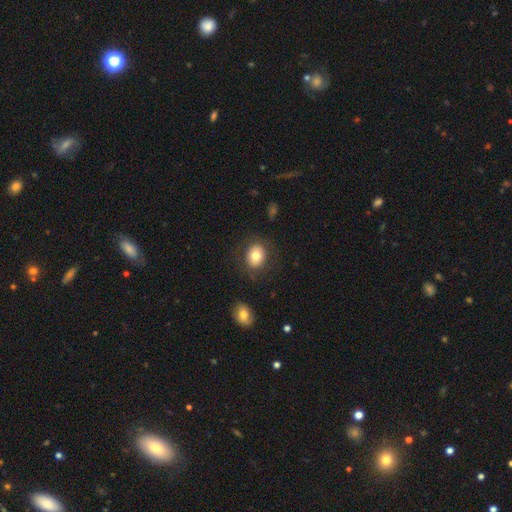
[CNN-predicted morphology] Overall: smooth (79%). How rounded: round (57%; in between 42%). Merging: none (81%).